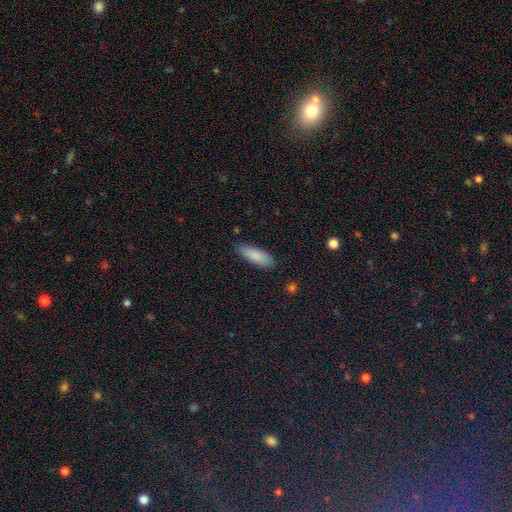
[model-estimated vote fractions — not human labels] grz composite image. It shows a smooth galaxy with no disk features (86%) that is in between round and cigar-shaped (59%). Merging: none (83%).